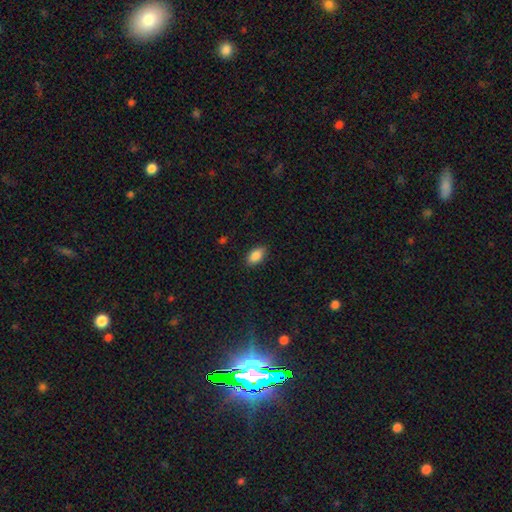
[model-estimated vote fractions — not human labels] Smooth or featured?
  - smooth: 87% *
  - star or artifact: 8%
  - featured or disk: 6%
How rounded?
  - in between: 91% *
  - round: 5%
  - cigar-shaped: 4%
Merging?
  - none: 86% *
  - minor disturbance: 10%
  - major disturbance: 2%
  - merger: 1%